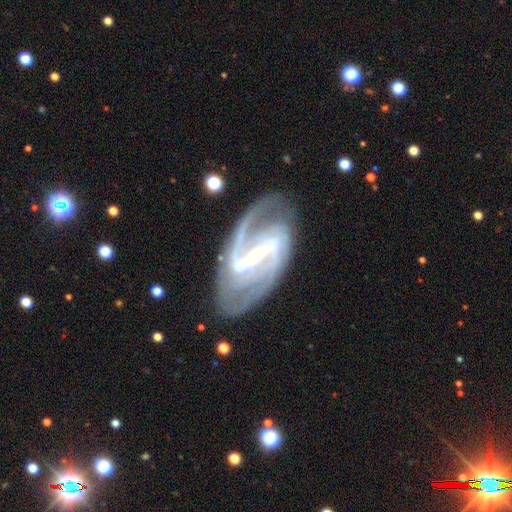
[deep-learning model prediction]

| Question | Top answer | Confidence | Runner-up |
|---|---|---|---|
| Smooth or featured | featured or disk | 91% | star or artifact (5%) |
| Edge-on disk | no | 96% | yes (4%) |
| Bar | strong | 74% | weak (20%) |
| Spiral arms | yes | 97% | no (3%) |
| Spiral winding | medium | 49% | tight (29%) |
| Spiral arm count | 2 | 76% | 3 (8%) |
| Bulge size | small | 78% | moderate (14%) |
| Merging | none | 77% | minor disturbance (15%) |